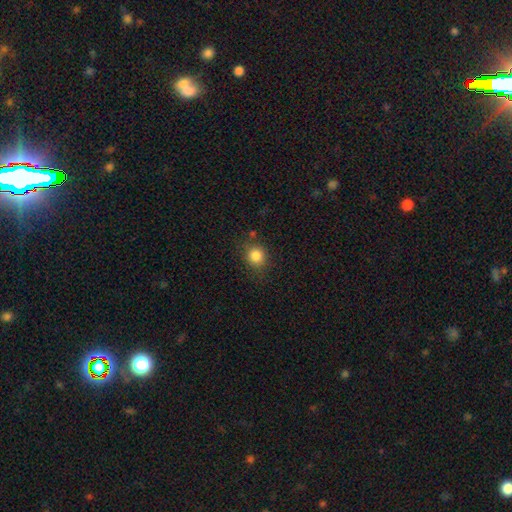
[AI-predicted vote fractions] Smooth or featured: smooth — 84% (star or artifact — 11%)
How rounded: round — 84% (in between — 15%)
Merging: none — 81% (minor disturbance — 12%)